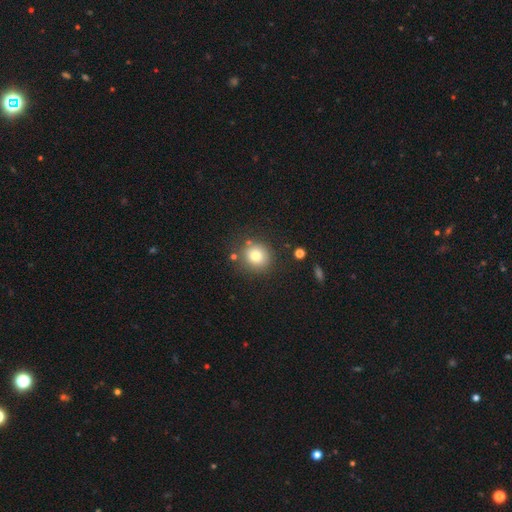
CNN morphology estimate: Smooth or featured?
  - smooth: 78% *
  - star or artifact: 12%
  - featured or disk: 10%
How rounded?
  - round: 89% *
  - in between: 10%
  - cigar-shaped: 1%
Merging?
  - none: 81% *
  - minor disturbance: 11%
  - merger: 5%
  - major disturbance: 4%